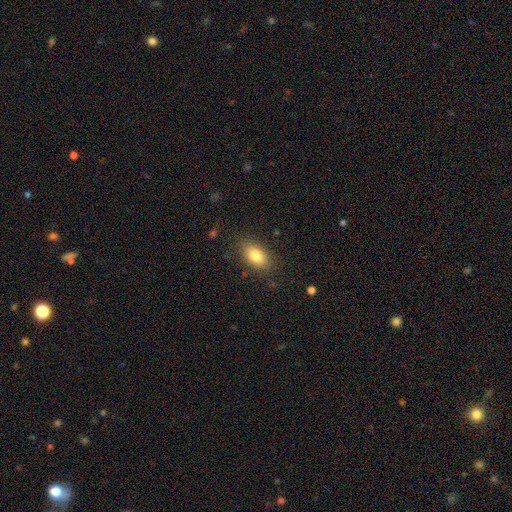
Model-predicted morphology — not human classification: Q: Smooth or featured?
A: smooth (82%); runner-up: featured or disk (10%)
Q: How rounded?
A: in between (89%); runner-up: round (8%)
Q: Merging?
A: none (84%); runner-up: minor disturbance (12%)